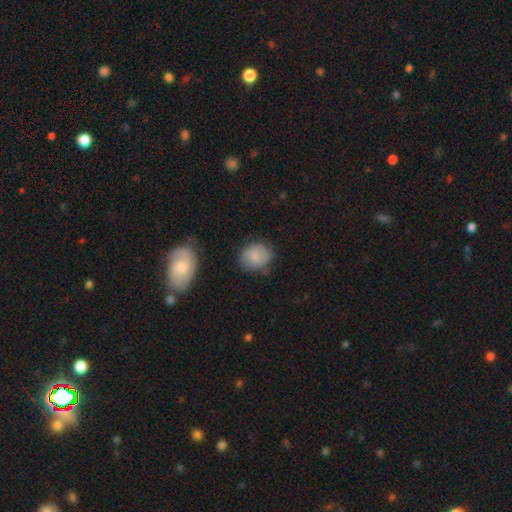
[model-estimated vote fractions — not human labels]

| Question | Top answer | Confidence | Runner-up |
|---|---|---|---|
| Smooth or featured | smooth | 72% | featured or disk (20%) |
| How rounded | round | 65% | in between (33%) |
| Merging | none | 73% | minor disturbance (19%) |